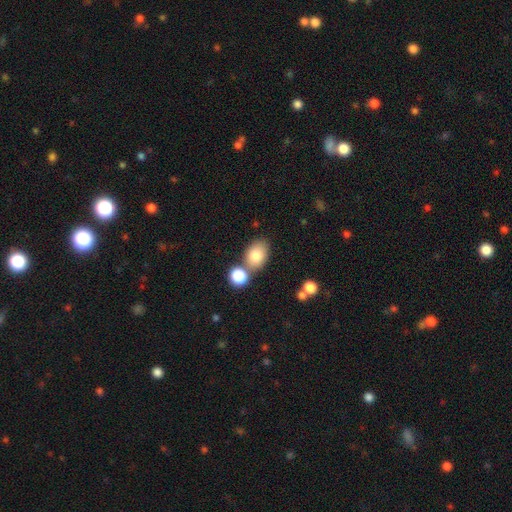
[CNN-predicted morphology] This appears to be a smooth galaxy with no disk features (80%) that is in between round and cigar-shaped (78%). Merging: none (56%).